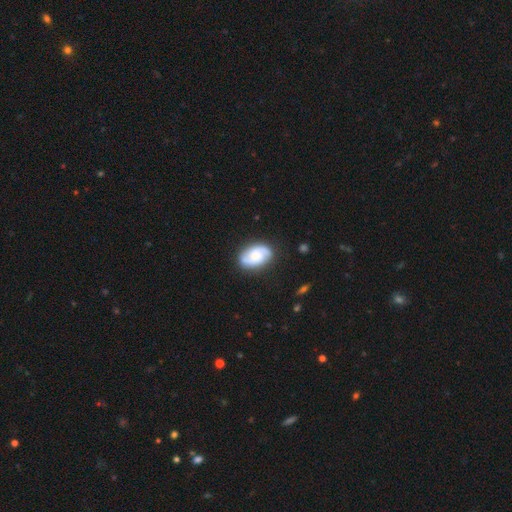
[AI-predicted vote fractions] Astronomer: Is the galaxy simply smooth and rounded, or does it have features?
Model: featured or disk — 73%.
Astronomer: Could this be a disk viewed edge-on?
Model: no — 97%.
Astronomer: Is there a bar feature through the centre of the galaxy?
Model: no — 63%.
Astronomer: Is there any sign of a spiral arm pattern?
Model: yes — 95%.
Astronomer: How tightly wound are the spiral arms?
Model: medium — 46% (runner-up: tight, 34%).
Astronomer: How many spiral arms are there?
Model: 2 — 86%.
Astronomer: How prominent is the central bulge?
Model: small — 36% (runner-up: moderate, 35%).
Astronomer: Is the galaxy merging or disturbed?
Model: none — 82%.